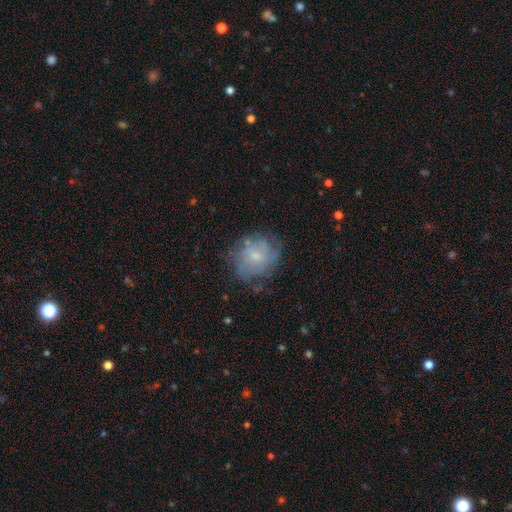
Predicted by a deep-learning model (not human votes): This appears to be a featured or disk galaxy (48%). Merging: none (64%).